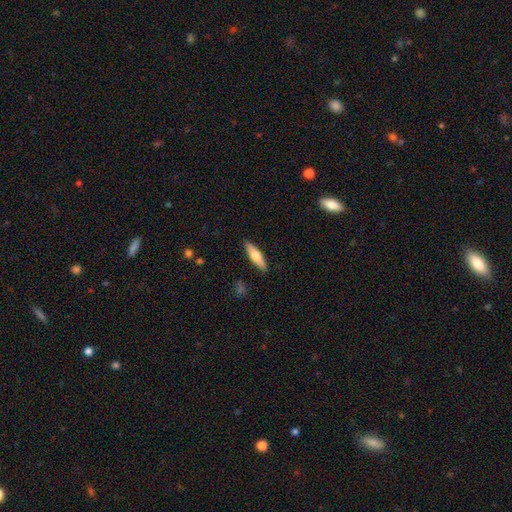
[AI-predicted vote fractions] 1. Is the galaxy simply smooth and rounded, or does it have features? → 56% smooth, 38% featured or disk, 6% star or artifact.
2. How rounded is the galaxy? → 69% cigar-shaped, 29% in between, 2% round.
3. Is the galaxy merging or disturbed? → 89% none, 8% minor disturbance, 2% major disturbance, 1% merger.